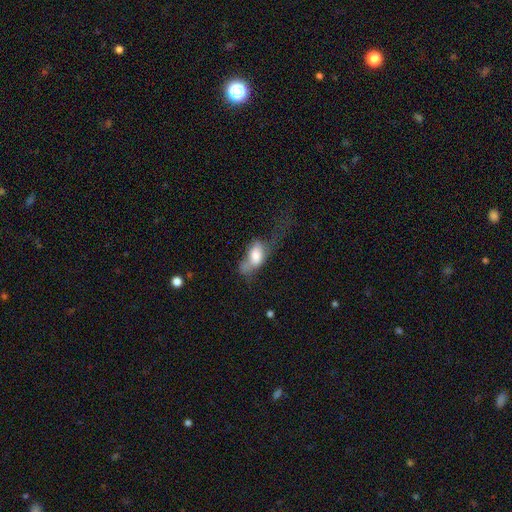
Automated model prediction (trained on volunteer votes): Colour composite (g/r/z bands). It shows a smooth galaxy with no disk features (65%) that is in between round and cigar-shaped (87%). Merging: major disturbance (49%).